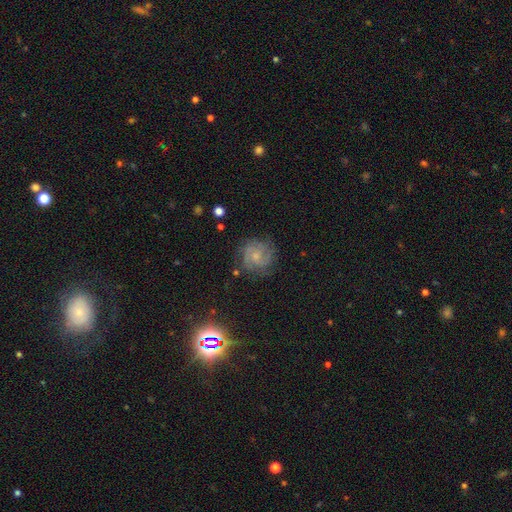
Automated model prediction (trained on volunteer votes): Overall: featured or disk (67%). Edge-on disk: no (98%). Bar: no (70%). Spiral arms: yes (90%). Spiral arm count: can't tell (31%; 2 29%). Spiral winding: tight (54%; medium 37%). Bulge size: small (55%; moderate 30%). Merging: none (73%).